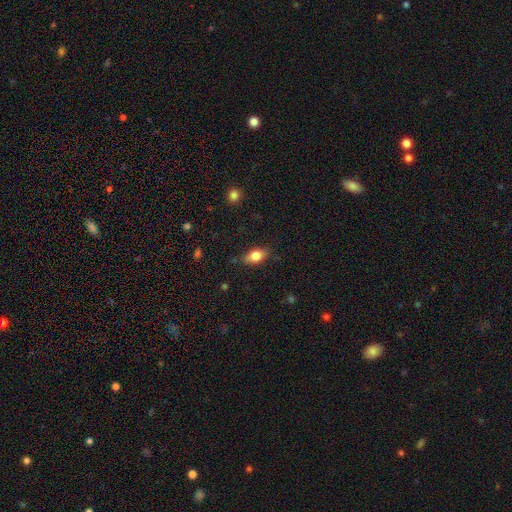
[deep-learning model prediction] smooth-or-featured: smooth: 82% | featured or disk: 10% | star or artifact: 8%
  how-rounded: in between: 86% | round: 9% | cigar-shaped: 4%
  merging: none: 79% | minor disturbance: 16% | major disturbance: 3% | merger: 1%